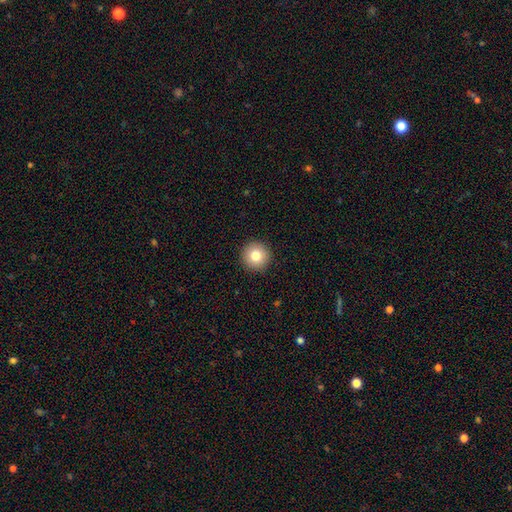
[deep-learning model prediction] smooth 80%, star or artifact 10%, featured or disk 10%. Down the decision tree: how rounded — round (96%); merging — none (93%).